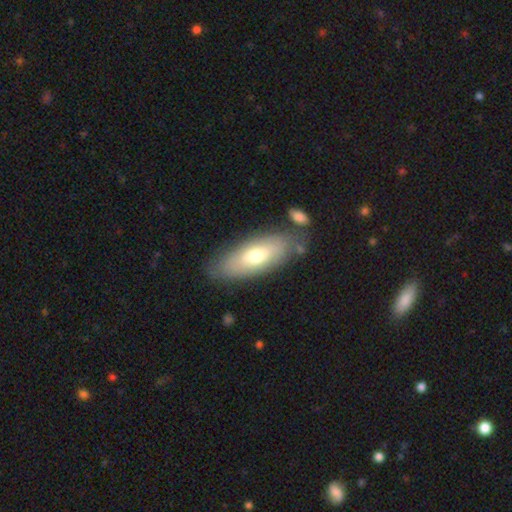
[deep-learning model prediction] Q: Smooth or featured?
A: smooth (61%); runner-up: featured or disk (34%)
Q: How rounded?
A: in between (73%); runner-up: cigar-shaped (25%)
Q: Merging?
A: none (75%); runner-up: minor disturbance (15%)